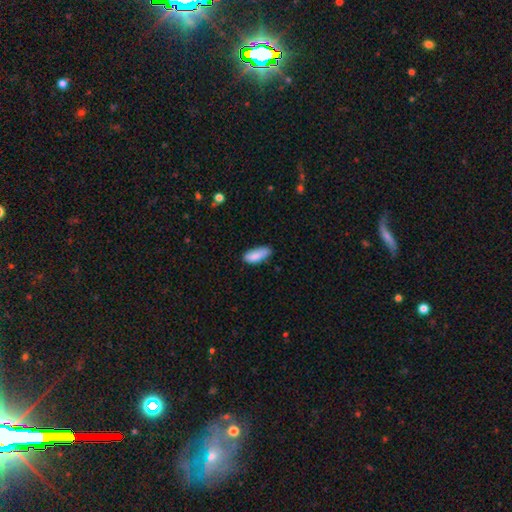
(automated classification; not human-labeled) The model was most divided on "merging": none: 69%, minor disturbance: 25%, major disturbance: 4%, merger: 2%. More confident: smooth or featured — smooth (86%); how rounded — in between (76%).